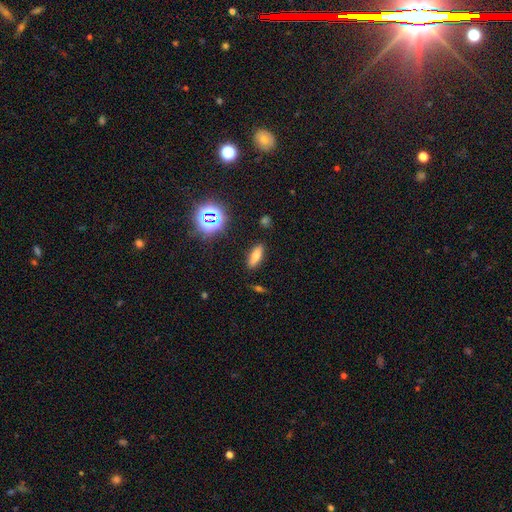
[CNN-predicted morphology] smooth 68%, star or artifact 16%, featured or disk 16%. Down the decision tree: how rounded — in between (57%); merging — none (87%).